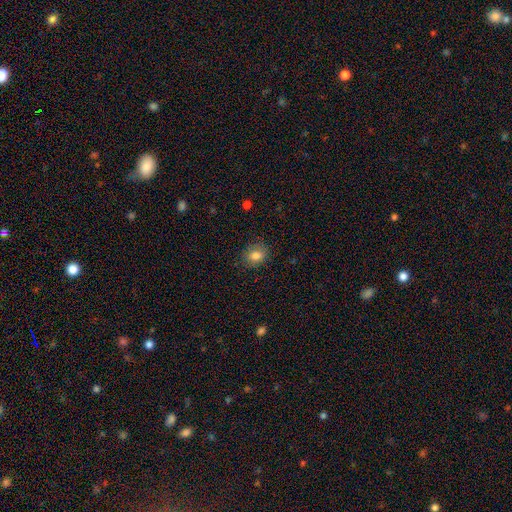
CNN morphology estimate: This appears to be a smooth galaxy with no disk features (82%) that is in between round and cigar-shaped (58%). Merging: none (81%).